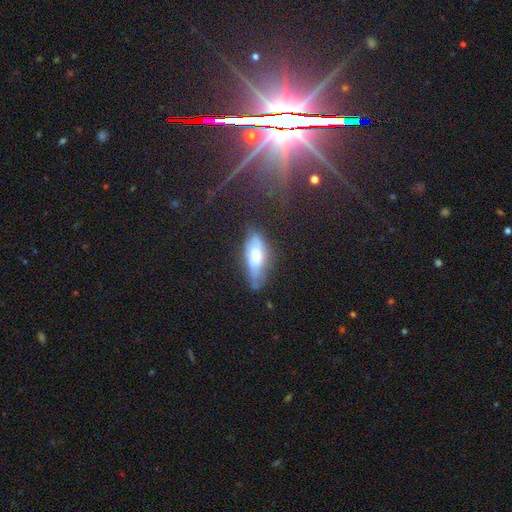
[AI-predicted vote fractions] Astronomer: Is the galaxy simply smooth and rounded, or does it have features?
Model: smooth — 46% (runner-up: featured or disk, 42%).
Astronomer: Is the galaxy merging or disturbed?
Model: none — 62%.